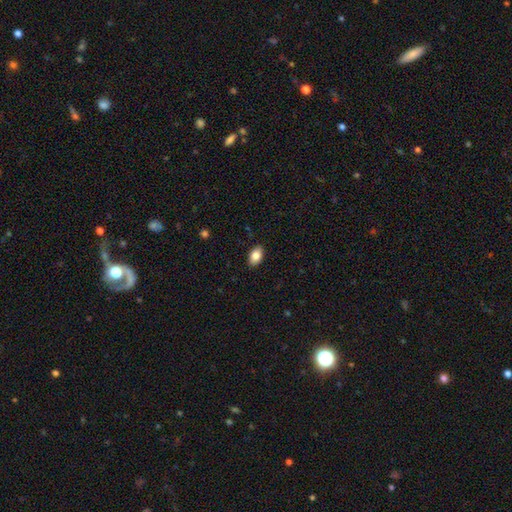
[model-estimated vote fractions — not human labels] A smooth galaxy with no disk features (84%) that is in between round and cigar-shaped (91%). Merging: none (89%).